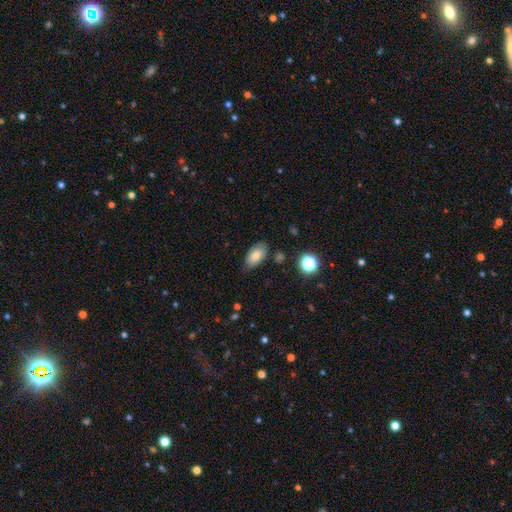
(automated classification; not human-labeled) A smooth galaxy with no disk features (78%) that is in between round and cigar-shaped (93%). Merging: none (77%).